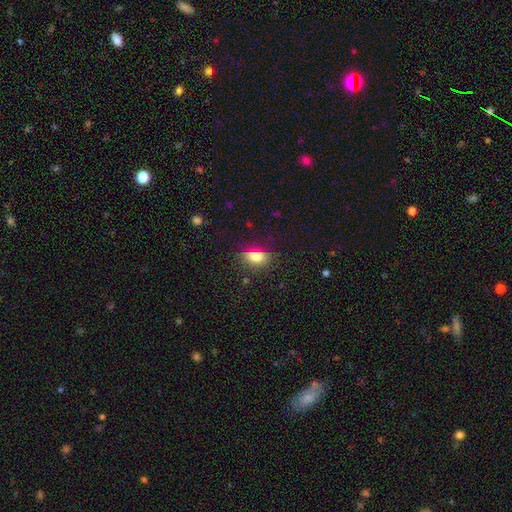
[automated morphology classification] A smooth galaxy with no disk features (77%) that is in between round and cigar-shaped (75%). Merging: none (81%).